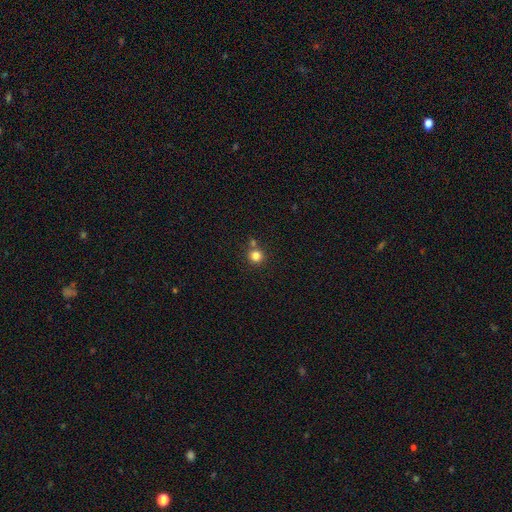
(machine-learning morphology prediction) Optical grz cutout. It shows a smooth galaxy with no disk features (81%) that is round (93%). Merging: none (70%).